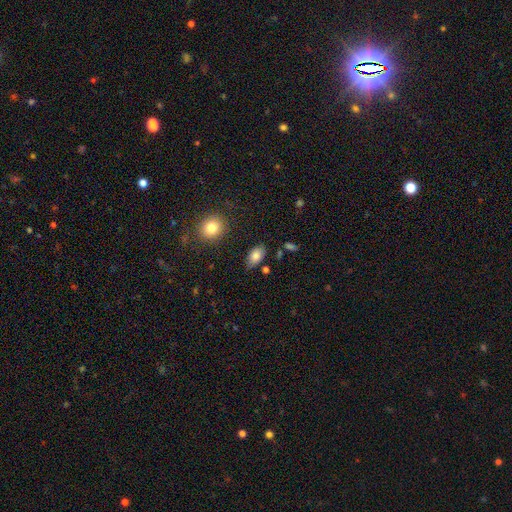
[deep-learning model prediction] A smooth galaxy with no disk features (83%) that is in between round and cigar-shaped (91%). Merging: none (77%).